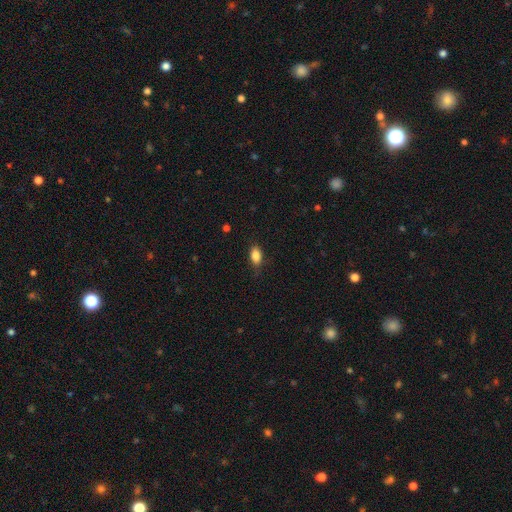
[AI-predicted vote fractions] Smooth or featured?
  - smooth: 86% *
  - star or artifact: 9%
  - featured or disk: 6%
How rounded?
  - in between: 87% *
  - round: 9%
  - cigar-shaped: 4%
Merging?
  - none: 78% *
  - minor disturbance: 17%
  - major disturbance: 4%
  - merger: 1%